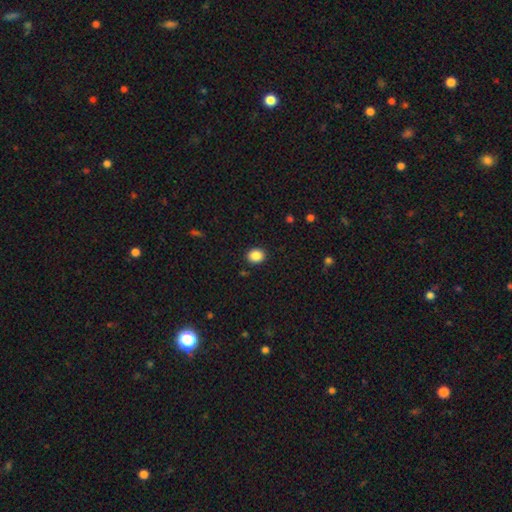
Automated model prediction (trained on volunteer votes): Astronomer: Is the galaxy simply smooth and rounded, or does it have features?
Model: smooth — 87%.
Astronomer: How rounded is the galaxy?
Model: round — 71%.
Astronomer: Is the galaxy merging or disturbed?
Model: none — 91%.